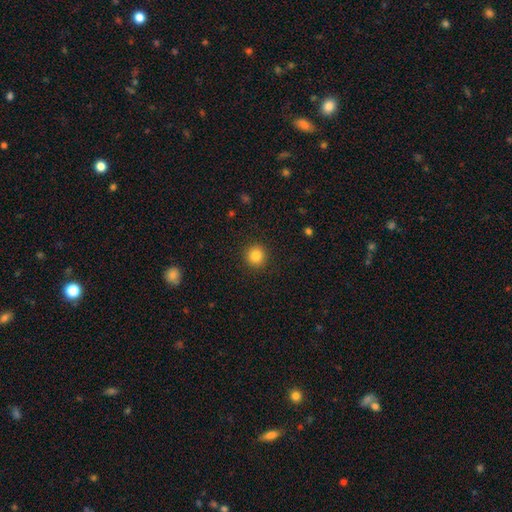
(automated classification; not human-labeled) A smooth galaxy with no disk features (84%) that is round (93%).

Vote fractions:
- Smooth or featured? smooth: 84% / star or artifact: 11% / featured or disk: 5%
- How rounded? round: 93% / in between: 6% / cigar-shaped: 1%
- Merging? none: 92% / minor disturbance: 5% / major disturbance: 2% / merger: 1%